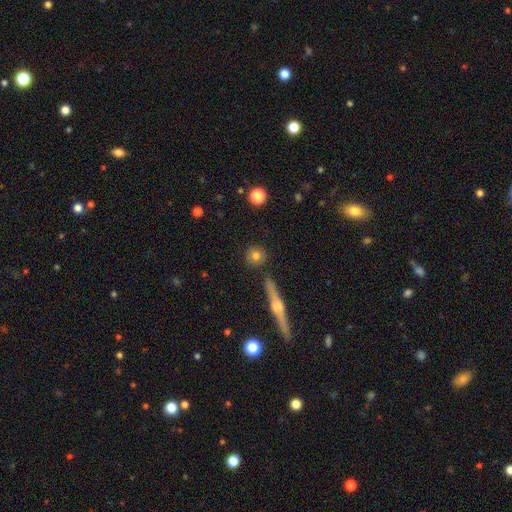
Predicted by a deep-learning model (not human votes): smooth 77%, featured or disk 13%, star or artifact 10%. Down the decision tree: how rounded — round (91%); merging — none (86%).